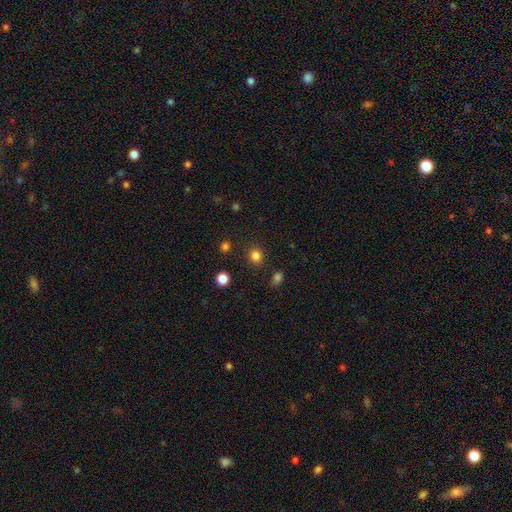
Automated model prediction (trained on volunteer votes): Overall: smooth (82%). How rounded: round (85%). Merging: none (87%).